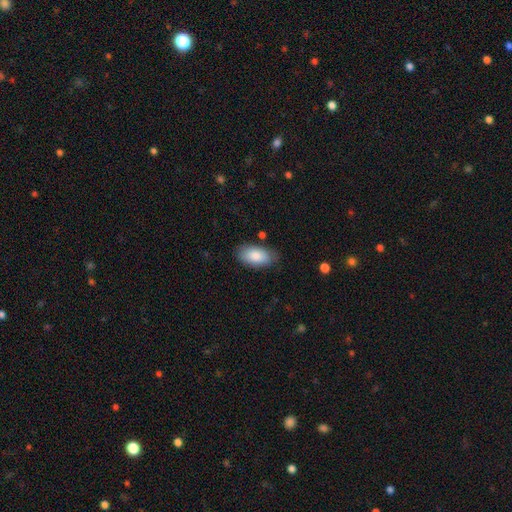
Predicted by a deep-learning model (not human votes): Overall: smooth (86%). How rounded: in between (94%). Merging: none (78%).